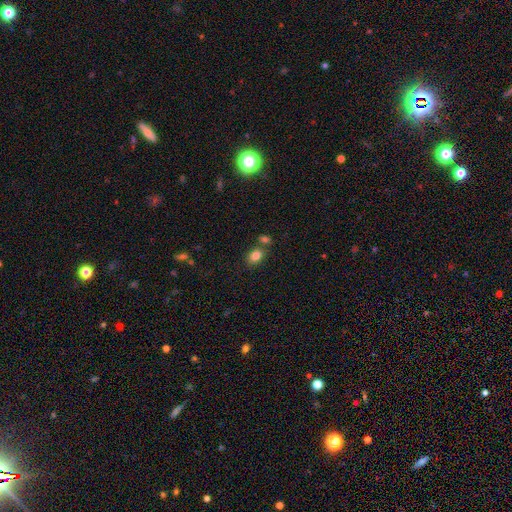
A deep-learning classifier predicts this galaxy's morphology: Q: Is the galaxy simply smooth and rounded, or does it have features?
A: smooth — 83%.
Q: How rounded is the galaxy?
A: in between — 74%.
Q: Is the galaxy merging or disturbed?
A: none — 66%.